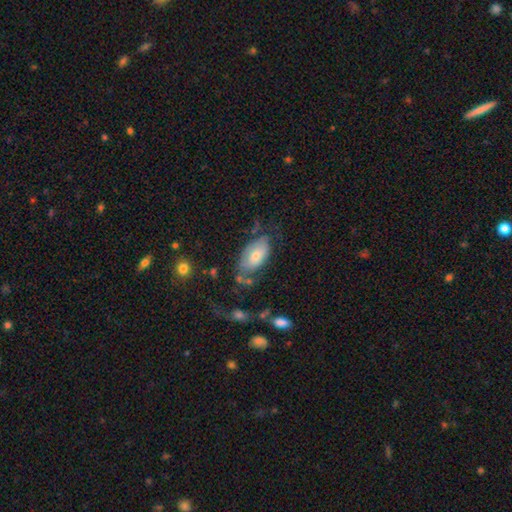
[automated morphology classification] A smooth galaxy with no disk features (65%) that is in between round and cigar-shaped (93%). Merging: none (48%).